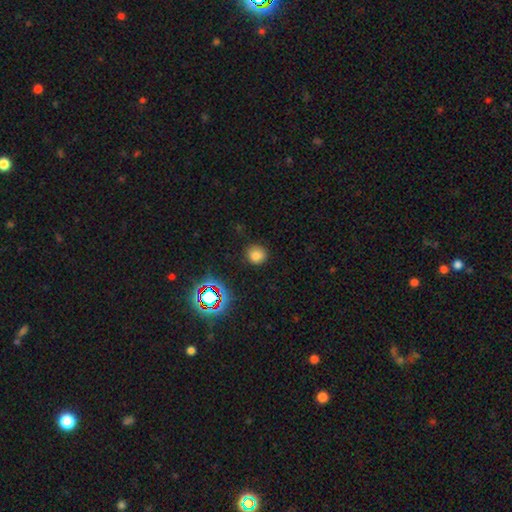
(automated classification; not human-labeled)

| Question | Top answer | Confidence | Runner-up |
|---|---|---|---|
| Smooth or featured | smooth | 76% | star or artifact (18%) |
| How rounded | round | 87% | in between (12%) |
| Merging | none | 87% | minor disturbance (9%) |